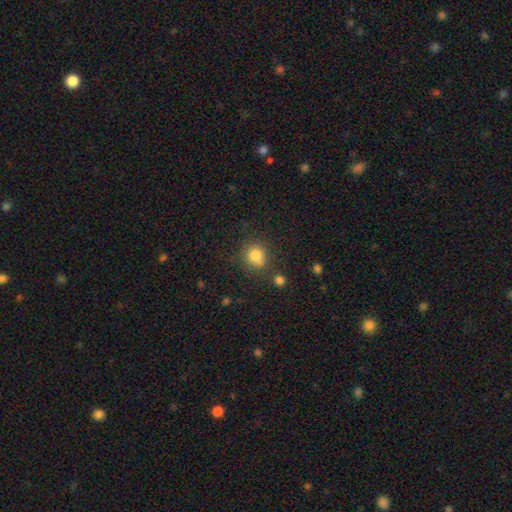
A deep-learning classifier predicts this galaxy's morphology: Smooth or featured? smooth (81%)
How rounded? round (84%)
Merging? none (67%)